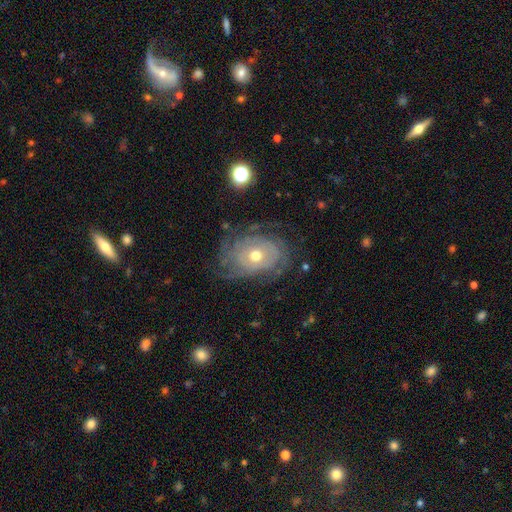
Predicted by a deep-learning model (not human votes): The model was most divided on "spiral arm count": can't tell: 54%, 2: 17%, 3: 11%, 4: 7%, 1: 6%, more than 4: 6%. More confident: edge-on disk — no (96%); bar — no (85%); spiral arms — yes (77%); smooth or featured — featured or disk (75%); spiral winding — tight (68%); bulge size — moderate (66%); merging — none (64%).